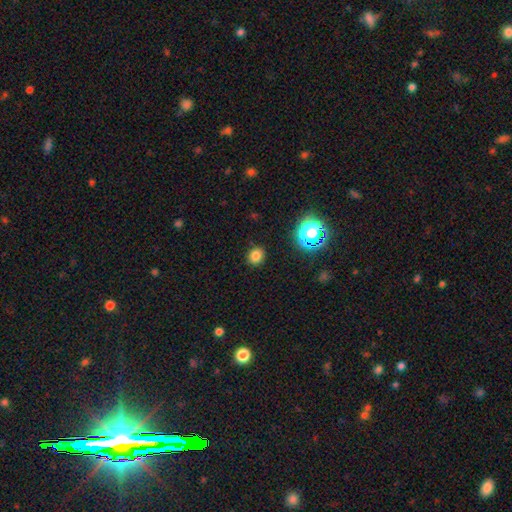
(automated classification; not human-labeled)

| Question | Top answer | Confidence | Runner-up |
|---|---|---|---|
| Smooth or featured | smooth | 78% | star or artifact (16%) |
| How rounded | round | 73% | in between (26%) |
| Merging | none | 89% | minor disturbance (8%) |